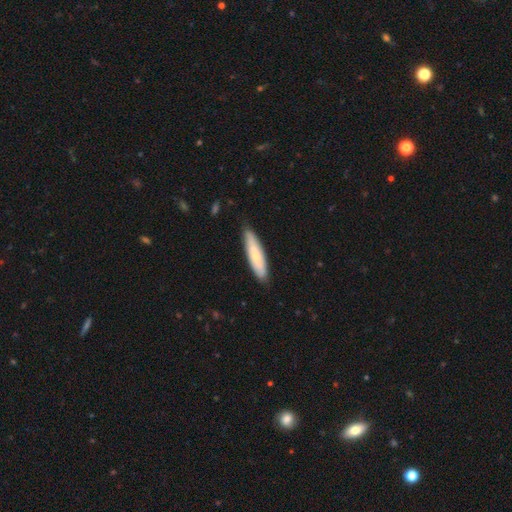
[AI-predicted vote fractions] Q: Smooth or featured?
A: smooth (63%); runner-up: featured or disk (32%)
Q: How rounded?
A: cigar-shaped (73%); runner-up: in between (26%)
Q: Merging?
A: none (82%); runner-up: minor disturbance (15%)